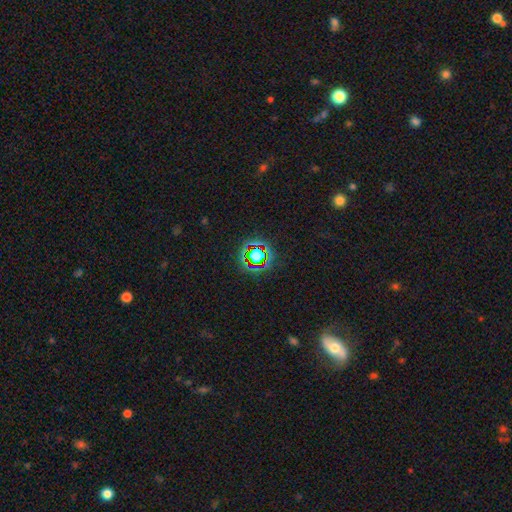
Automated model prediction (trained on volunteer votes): smooth_or_featured: star or artifact (p=0.64) [alt: smooth p=0.24]